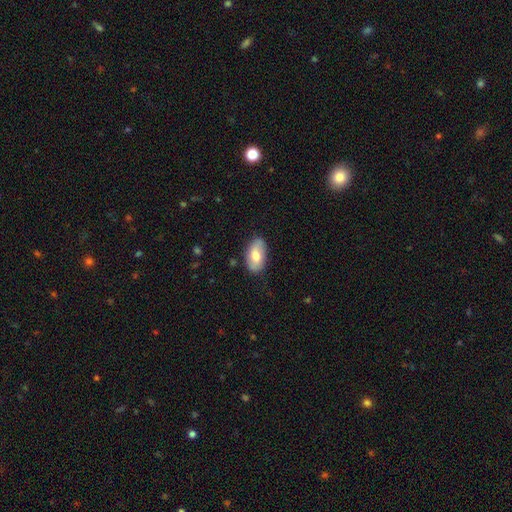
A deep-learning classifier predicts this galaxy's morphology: Smooth or featured? Predicted: smooth (p=0.68). How rounded? Predicted: in between (p=0.94). Merging? Predicted: none (p=0.81).